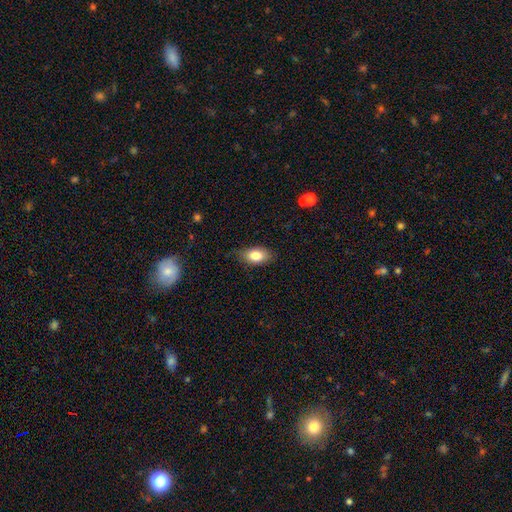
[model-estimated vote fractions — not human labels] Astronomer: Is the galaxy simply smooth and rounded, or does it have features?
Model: smooth — 81%.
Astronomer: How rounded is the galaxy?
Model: in between — 87%.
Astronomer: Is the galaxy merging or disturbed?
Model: none — 76%.